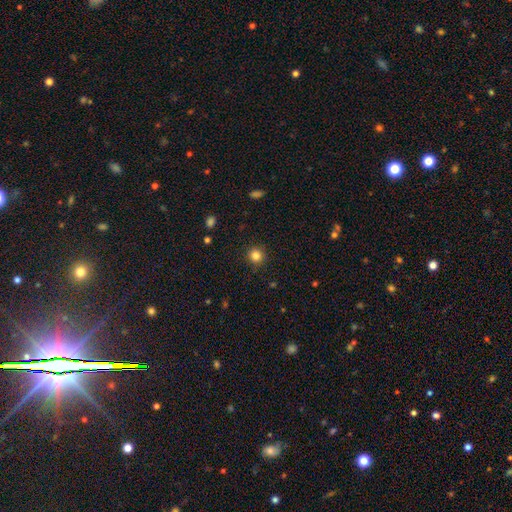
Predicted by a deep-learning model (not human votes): smooth 83%, star or artifact 12%, featured or disk 5%. Down the decision tree: how rounded — round (93%); merging — none (90%).